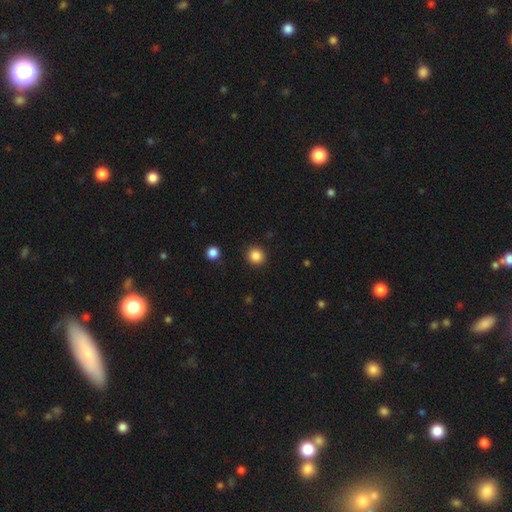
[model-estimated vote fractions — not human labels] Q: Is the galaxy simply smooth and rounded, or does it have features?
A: smooth — 86%.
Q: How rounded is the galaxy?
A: round — 91%.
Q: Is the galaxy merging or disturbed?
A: none — 91%.